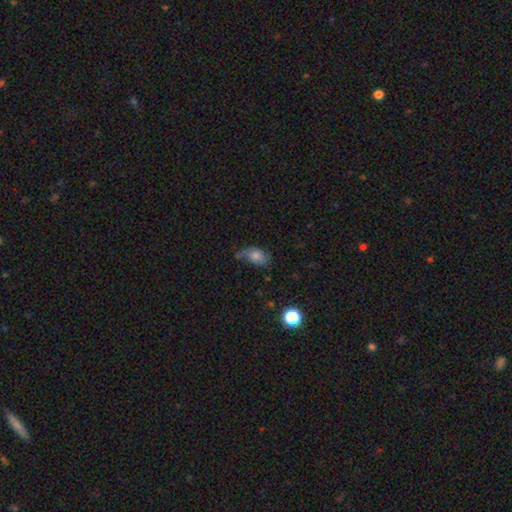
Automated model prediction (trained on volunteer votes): Q: Smooth or featured?
A: smooth (66%); runner-up: featured or disk (22%)
Q: How rounded?
A: in between (85%); runner-up: round (13%)
Q: Merging?
A: none (46%); runner-up: minor disturbance (33%)